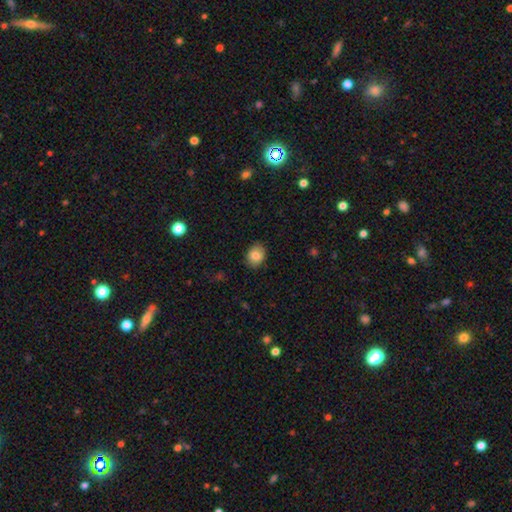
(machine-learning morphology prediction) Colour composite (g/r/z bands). It shows a smooth galaxy with no disk features (83%) that is in between round and cigar-shaped (54%). Merging: none (85%).